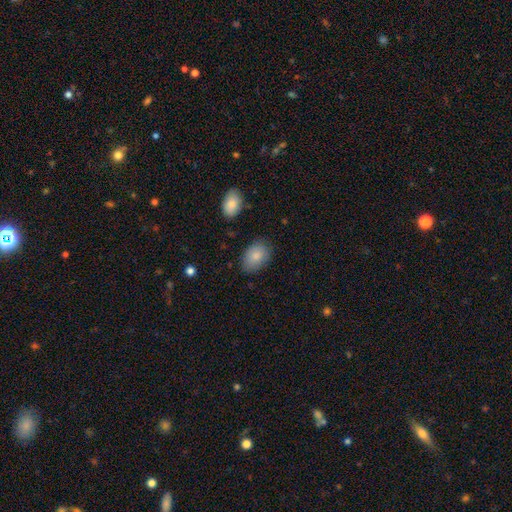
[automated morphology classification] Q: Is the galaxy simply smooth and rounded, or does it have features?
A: smooth — 86%.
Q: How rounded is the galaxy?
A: in between — 87%.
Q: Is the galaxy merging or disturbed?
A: none — 79%.